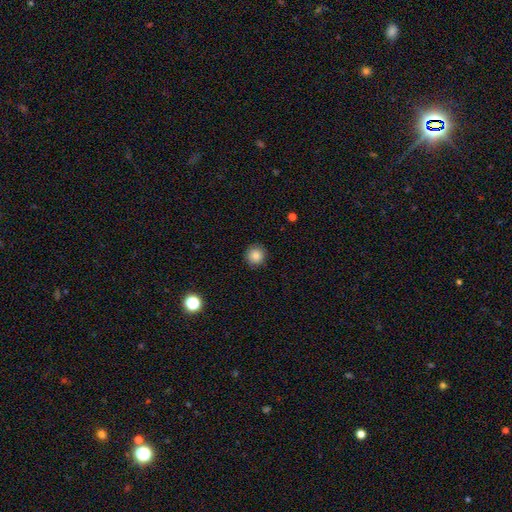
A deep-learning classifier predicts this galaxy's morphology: Overall: smooth (86%). How rounded: round (94%). Merging: none (90%).